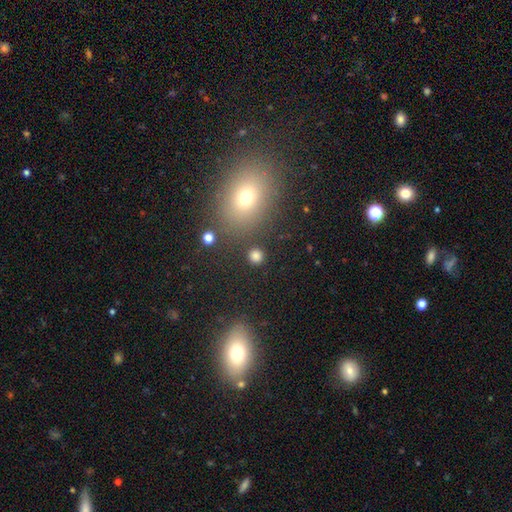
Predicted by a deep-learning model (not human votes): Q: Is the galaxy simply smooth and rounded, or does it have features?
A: smooth — 81%.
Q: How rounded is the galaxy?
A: round — 91%.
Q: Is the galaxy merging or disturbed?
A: none — 88%.